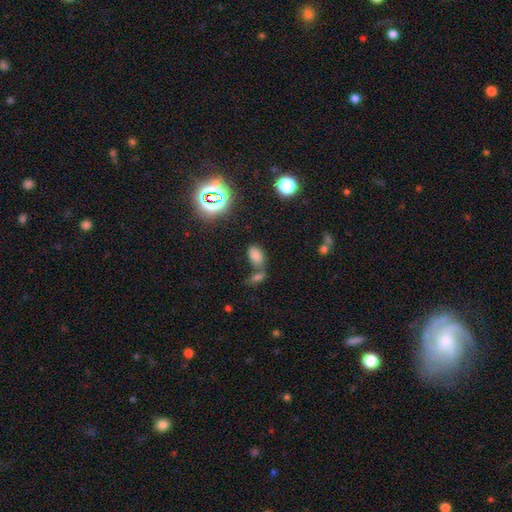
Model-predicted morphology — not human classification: Smooth or featured? smooth (72%)
How rounded? in between (90%)
Merging? none (45%)